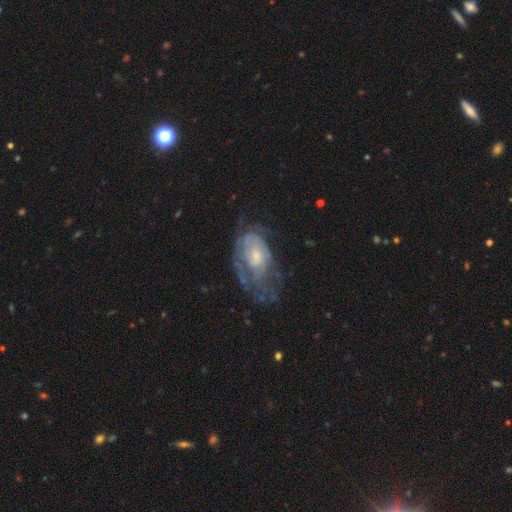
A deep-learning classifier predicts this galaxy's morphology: Q: Smooth or featured?
A: featured or disk (68%); runner-up: smooth (24%)
Q: Edge-on disk?
A: no (95%); runner-up: yes (5%)
Q: Bar?
A: no (72%); runner-up: weak (24%)
Q: Spiral arms?
A: yes (67%); runner-up: no (33%)
Q: Bulge size?
A: small (51%); runner-up: moderate (37%)
Q: Merging?
A: none (41%); runner-up: major disturbance (31%)